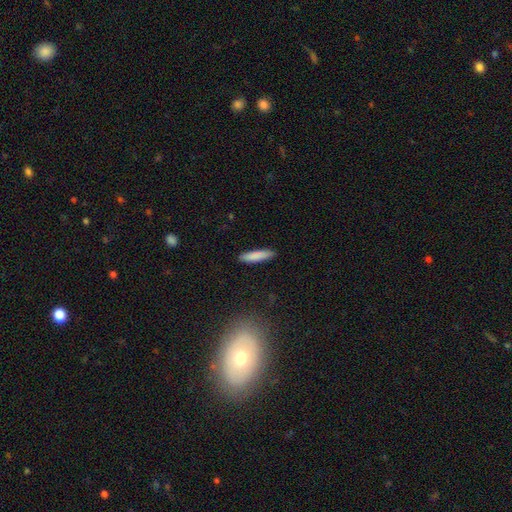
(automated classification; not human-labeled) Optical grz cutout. It shows a smooth galaxy with no disk features (86%) that is cigar-shaped (78%). Merging: none (89%).